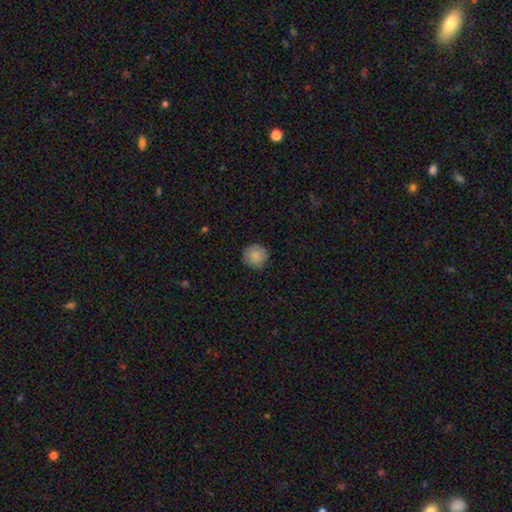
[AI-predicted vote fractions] The model was most divided on "smooth or featured": smooth: 87%, star or artifact: 8%, featured or disk: 6%. More confident: how rounded — round (94%); merging — none (88%).